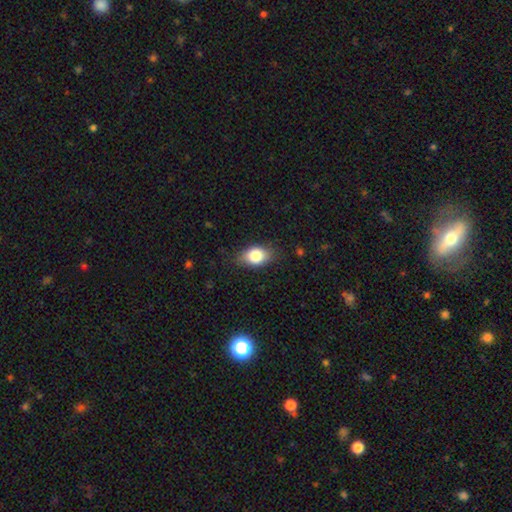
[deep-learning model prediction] smooth_or_featured: smooth (p=0.80) [alt: featured or disk p=0.12]
how_rounded: in between (p=0.81) [alt: round p=0.16]
merging: none (p=0.78) [alt: minor disturbance p=0.18]